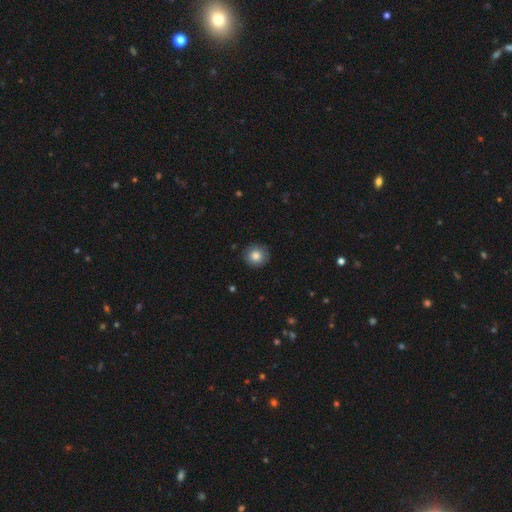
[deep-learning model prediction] Q: Smooth or featured?
A: smooth (84%); runner-up: star or artifact (9%)
Q: How rounded?
A: round (91%); runner-up: in between (8%)
Q: Merging?
A: none (89%); runner-up: minor disturbance (8%)